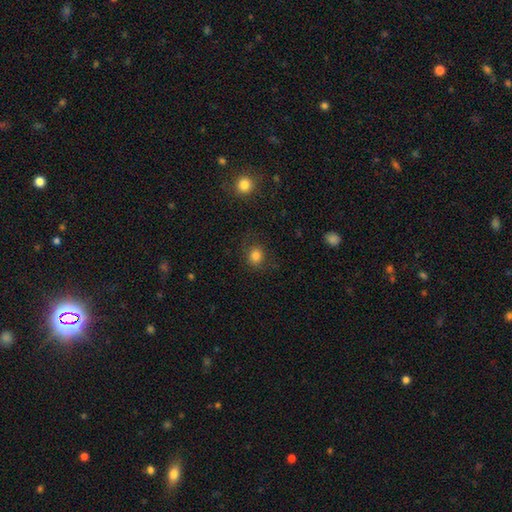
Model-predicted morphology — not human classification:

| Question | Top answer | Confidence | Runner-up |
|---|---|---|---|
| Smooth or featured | smooth | 82% | star or artifact (12%) |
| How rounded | round | 76% | in between (23%) |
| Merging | none | 79% | minor disturbance (13%) |